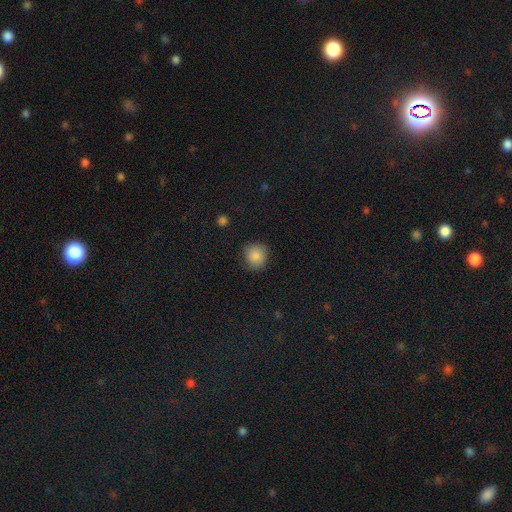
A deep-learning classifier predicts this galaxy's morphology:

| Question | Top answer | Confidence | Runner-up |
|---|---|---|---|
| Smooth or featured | smooth | 86% | star or artifact (9%) |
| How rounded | round | 87% | in between (12%) |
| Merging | none | 81% | minor disturbance (14%) |